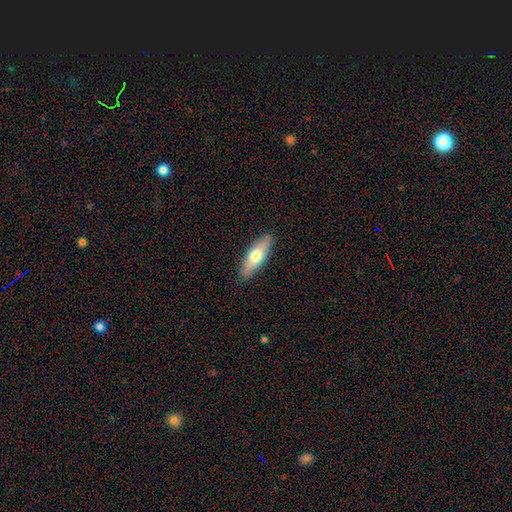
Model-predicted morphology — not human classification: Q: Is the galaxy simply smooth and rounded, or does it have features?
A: smooth — 63%.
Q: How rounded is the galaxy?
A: in between — 53%.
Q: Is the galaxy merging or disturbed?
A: none — 89%.